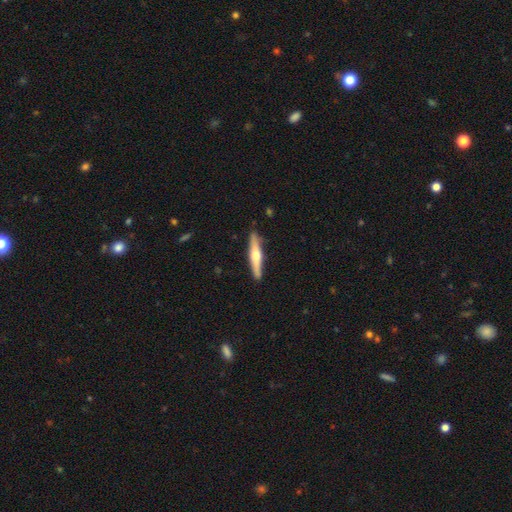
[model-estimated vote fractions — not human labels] This is possibly a featured or disk galaxy (56%). It is clearly viewed edge-on (96%). Edge-on bulge: clearly rounded (88%). Merging: clearly none (88%).